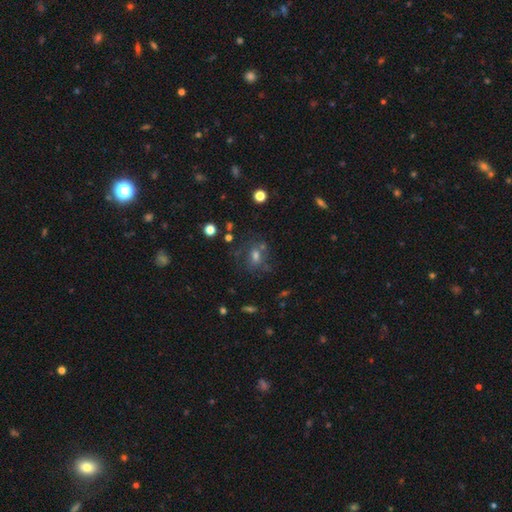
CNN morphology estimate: This appears to be a smooth galaxy with no disk features (46%). Merging: none (59%).